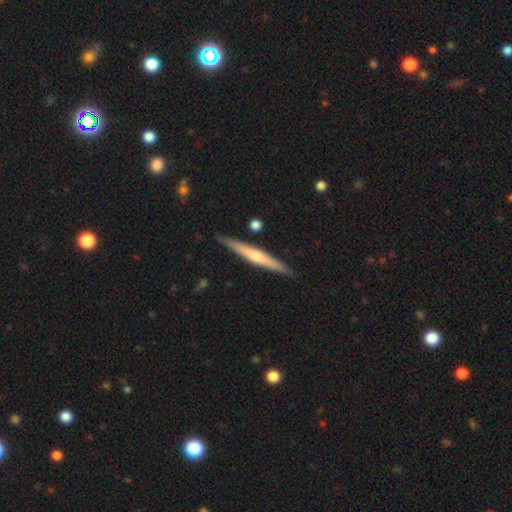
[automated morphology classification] Smooth or featured: featured or disk — 58% (smooth — 36%)
Edge-on disk: yes — 96% (no — 4%)
Edge-on bulge: rounded — 72% (none — 23%)
Merging: none — 89% (minor disturbance — 8%)